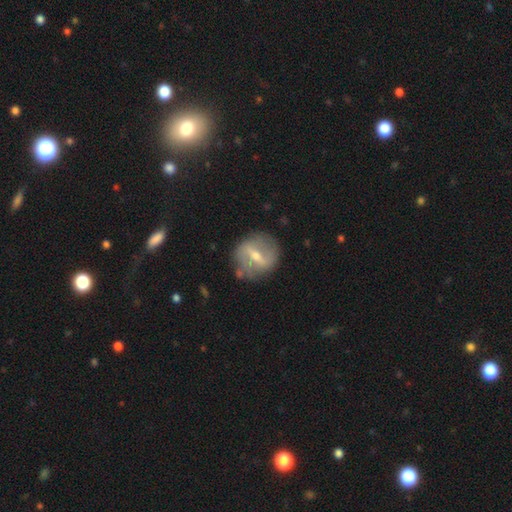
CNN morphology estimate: A featured or disk galaxy (68%) with a strong bar (56%), no spiral arms (55%) and a moderate central bulge (51%). Merging: none (80%).